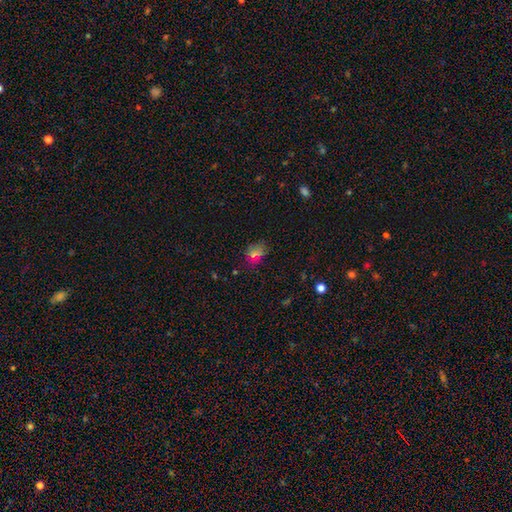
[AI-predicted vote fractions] smooth-or-featured: smooth: 61% | star or artifact: 29% | featured or disk: 10%
  how-rounded: in between: 65% | round: 33% | cigar-shaped: 2%
  merging: none: 73% | minor disturbance: 17% | major disturbance: 7% | merger: 3%